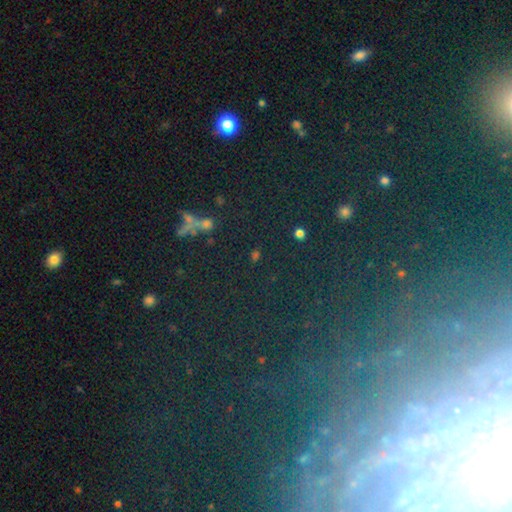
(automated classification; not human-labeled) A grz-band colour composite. It shows a star or artifact, not a galaxy (59%).